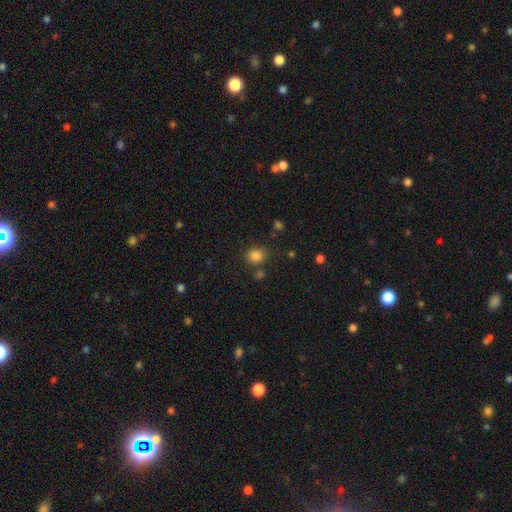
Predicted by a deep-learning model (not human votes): Smooth or featured? Predicted: smooth (p=0.83). How rounded? Predicted: round (p=0.65). Merging? Predicted: none (p=0.78).